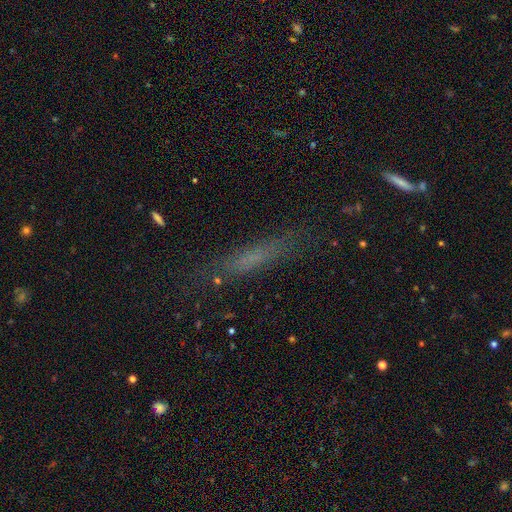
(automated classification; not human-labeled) Morphology: type=smooth (58%); roundness=cigar-shaped (86%); merging=none (73%).